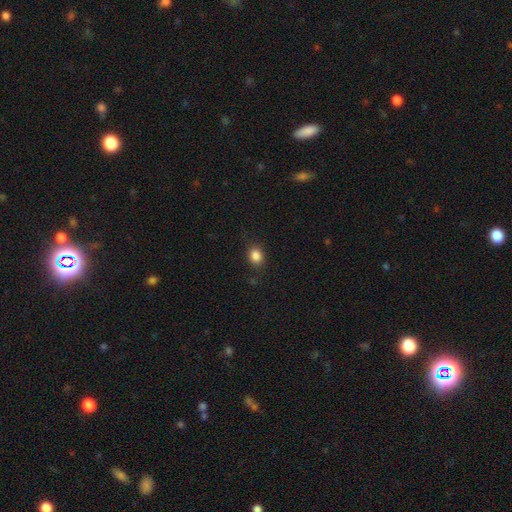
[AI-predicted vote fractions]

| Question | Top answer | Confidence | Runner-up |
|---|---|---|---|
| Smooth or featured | smooth | 85% | star or artifact (11%) |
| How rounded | round | 52% | in between (47%) |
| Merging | none | 84% | minor disturbance (12%) |